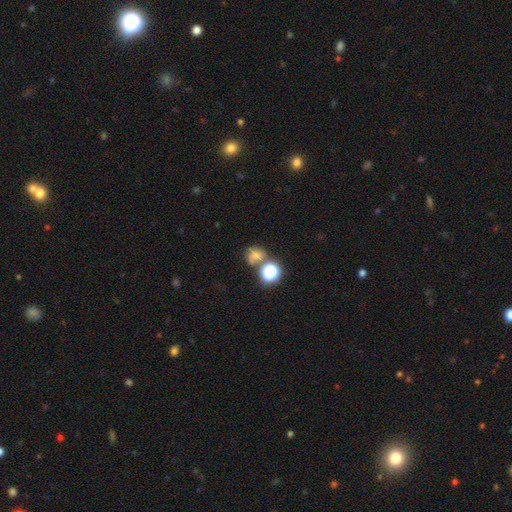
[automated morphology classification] Overall: smooth (58%; star or artifact 23%). How rounded: round (74%). Merging: none (50%; merger 28%).